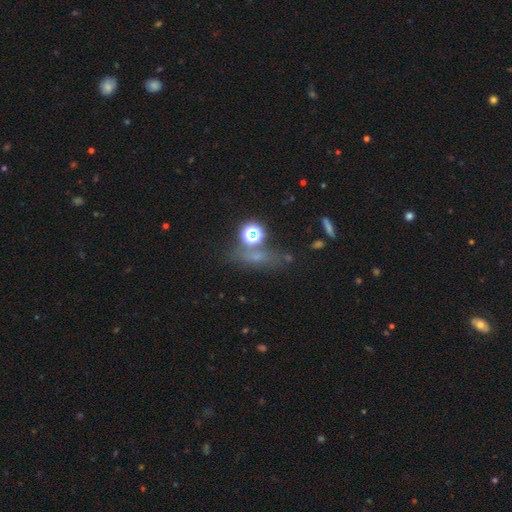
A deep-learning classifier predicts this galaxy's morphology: smooth 45%, star or artifact 38%, featured or disk 17%. Down the decision tree: merging — none (62%).